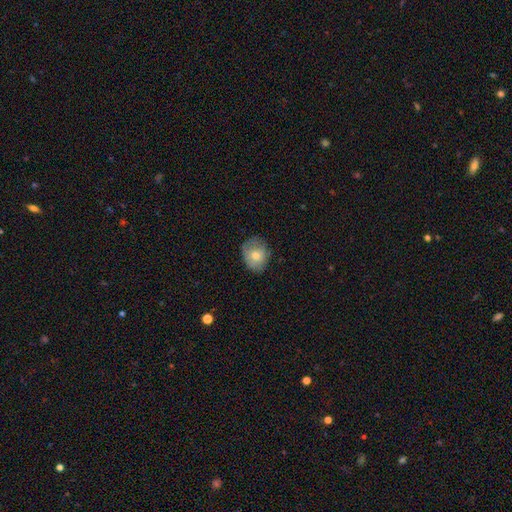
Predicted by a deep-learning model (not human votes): Smooth or featured? Predicted: smooth (p=0.73). How rounded? Predicted: round (p=0.54). Merging? Predicted: none (p=0.68).